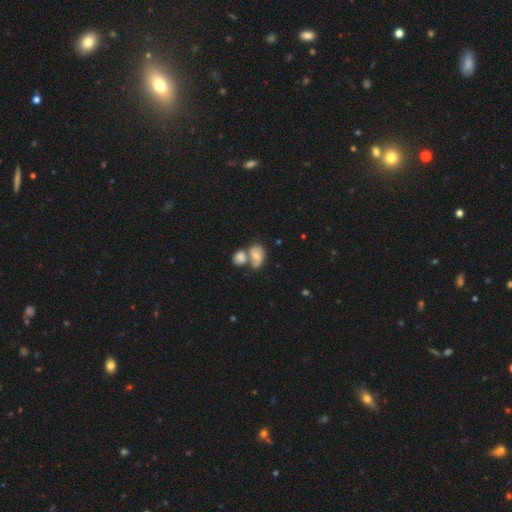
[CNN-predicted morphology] smooth_or_featured: smooth (p=0.53) [alt: featured or disk p=0.38]
how_rounded: in between (p=0.72) [alt: round p=0.26]
merging: merger (p=0.55) [alt: none p=0.28]